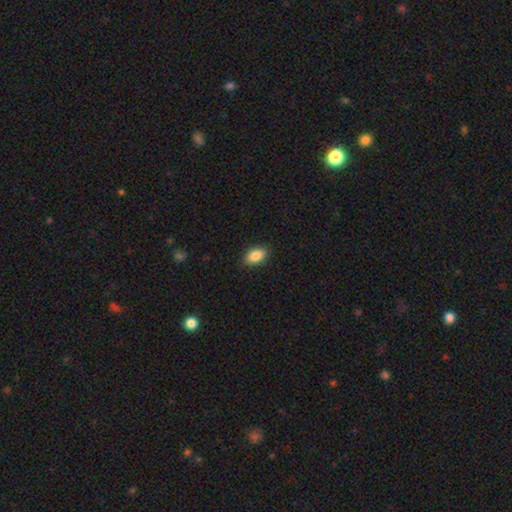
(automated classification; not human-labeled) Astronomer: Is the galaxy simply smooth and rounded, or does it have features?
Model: smooth — 85%.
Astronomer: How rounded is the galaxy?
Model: in between — 90%.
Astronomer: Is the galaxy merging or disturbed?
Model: none — 88%.